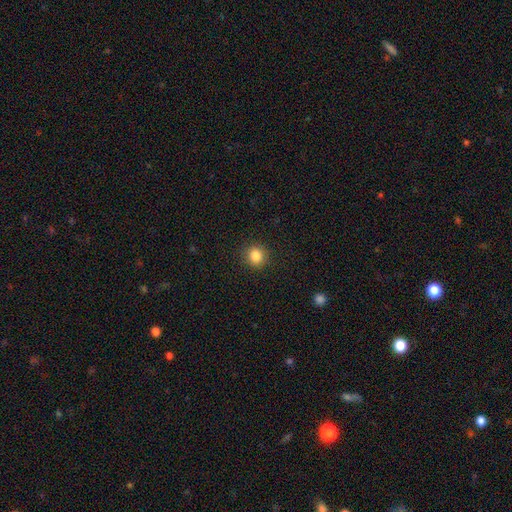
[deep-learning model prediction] This appears to be a smooth galaxy with no disk features (85%) that is round (89%). Merging: none (91%).